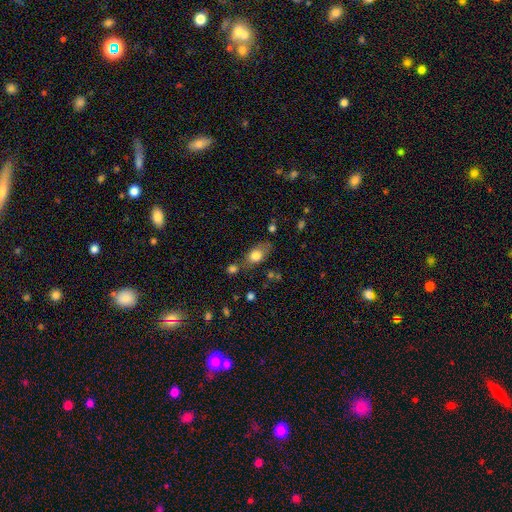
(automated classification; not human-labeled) This appears to be a smooth galaxy with no disk features (76%) that is in between round and cigar-shaped (74%). Merging: none (55%).